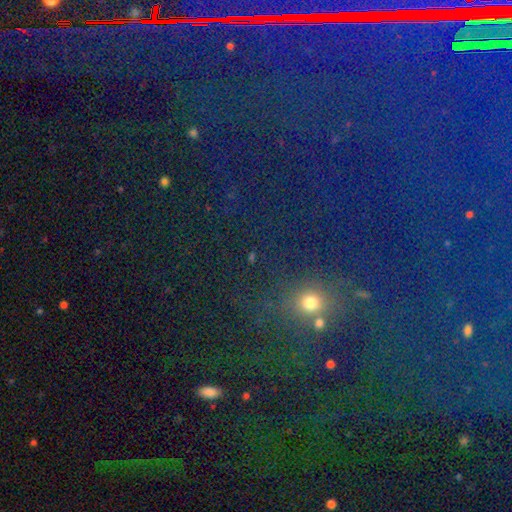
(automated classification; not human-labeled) The model was most divided on "smooth or featured": star or artifact: 64%, smooth: 28%, featured or disk: 8%.